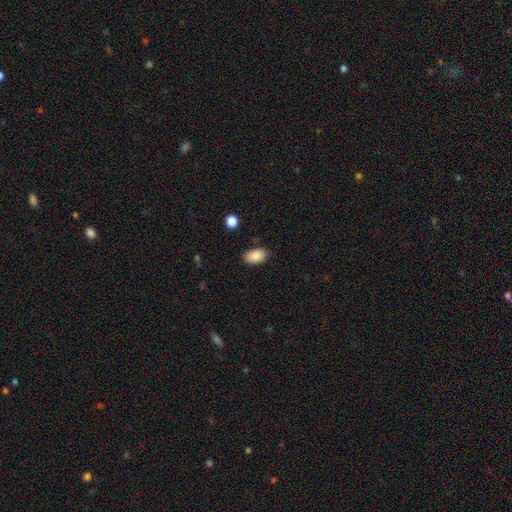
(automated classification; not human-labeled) smooth 88%, star or artifact 7%, featured or disk 5%. Down the decision tree: how rounded — in between (91%); merging — none (84%).